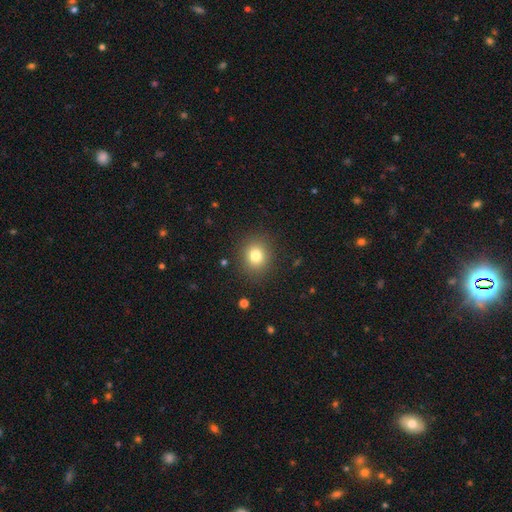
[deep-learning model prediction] This appears to be a smooth galaxy with no disk features (79%) that is round (77%). Merging: none (88%).